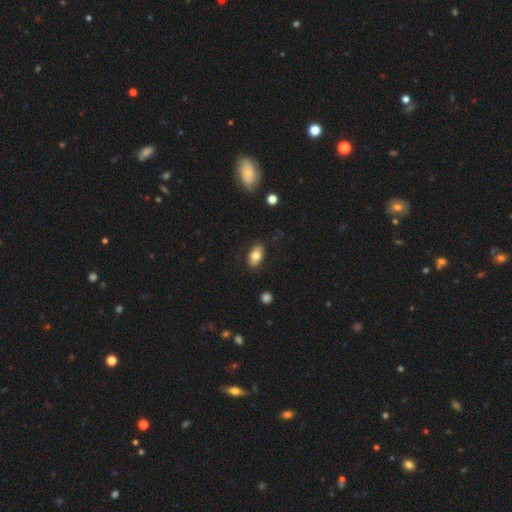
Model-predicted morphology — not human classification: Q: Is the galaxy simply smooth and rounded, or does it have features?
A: smooth — 76%.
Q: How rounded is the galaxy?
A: in between — 90%.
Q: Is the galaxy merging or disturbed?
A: none — 84%.